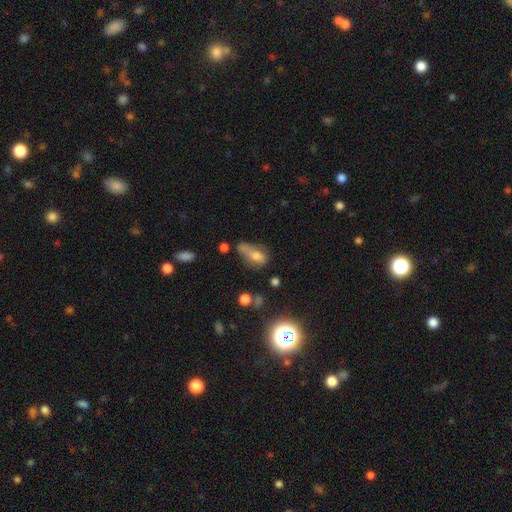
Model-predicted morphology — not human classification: A smooth galaxy with no disk features (62%) that is in between round and cigar-shaped (77%). Merging: none (32%).